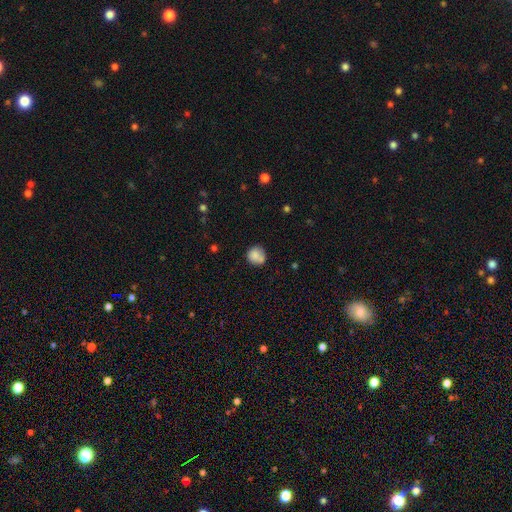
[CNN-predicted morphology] Overall: smooth (81%). How rounded: round (88%). Merging: none (61%).